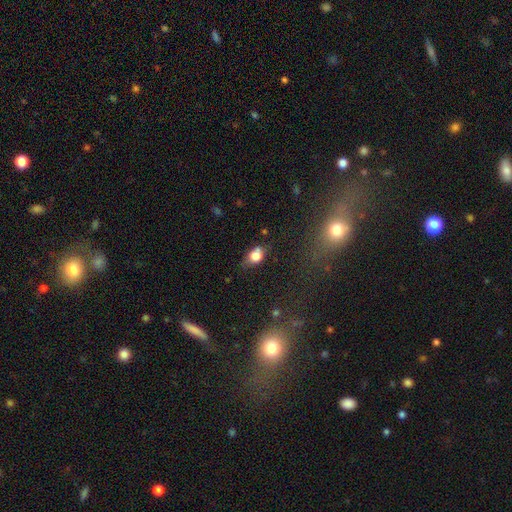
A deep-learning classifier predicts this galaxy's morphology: This is likely a smooth galaxy (77%). How rounded: likely in between (78%). Merging: possibly none (59%).